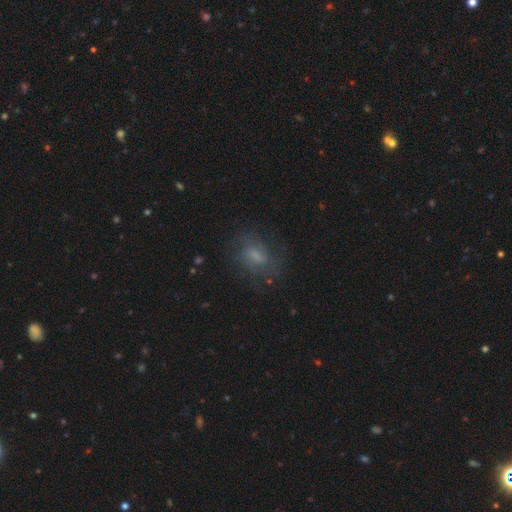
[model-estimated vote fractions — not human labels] Smooth or featured?
  - smooth: 47% *
  - featured or disk: 39%
  - star or artifact: 13%
Merging?
  - none: 68% *
  - minor disturbance: 18%
  - major disturbance: 12%
  - merger: 2%